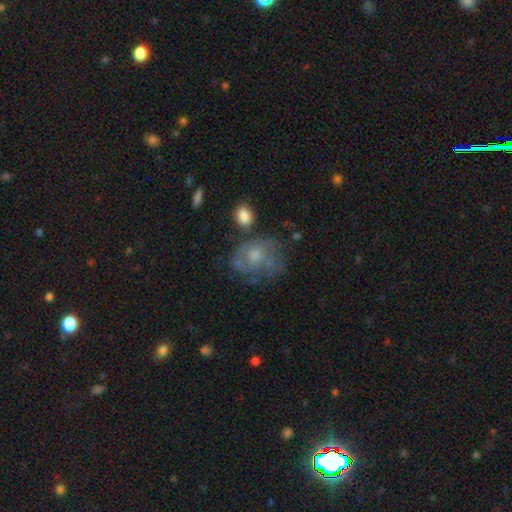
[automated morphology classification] Smooth or featured? featured or disk (49%)
Merging? none (43%)